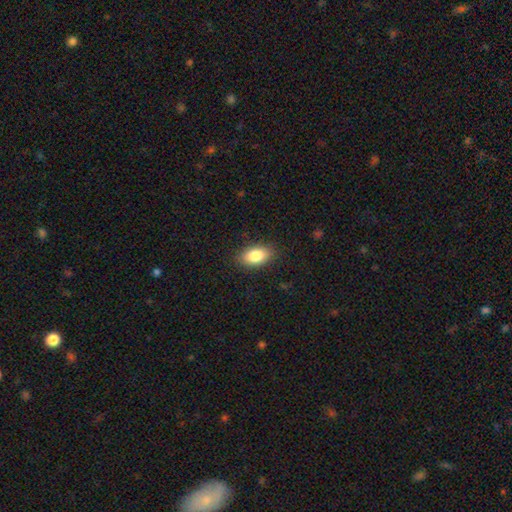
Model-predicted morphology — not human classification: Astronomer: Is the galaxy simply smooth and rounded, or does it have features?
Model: smooth — 85%.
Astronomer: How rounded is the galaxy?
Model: in between — 91%.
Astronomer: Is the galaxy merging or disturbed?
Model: none — 87%.